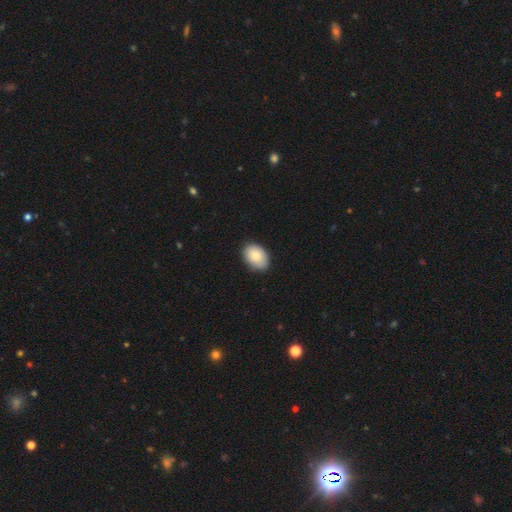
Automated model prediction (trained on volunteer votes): This appears to be a smooth galaxy with no disk features (84%) that is in between round and cigar-shaped (83%). Merging: none (84%).